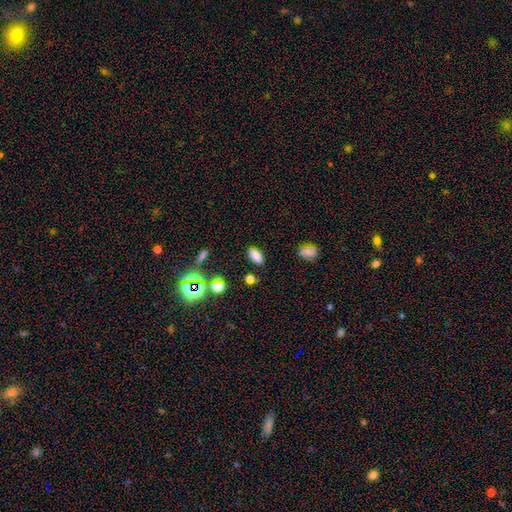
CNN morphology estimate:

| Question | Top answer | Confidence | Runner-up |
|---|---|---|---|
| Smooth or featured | smooth | 79% | star or artifact (14%) |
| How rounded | in between | 84% | cigar-shaped (12%) |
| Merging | none | 86% | minor disturbance (9%) |